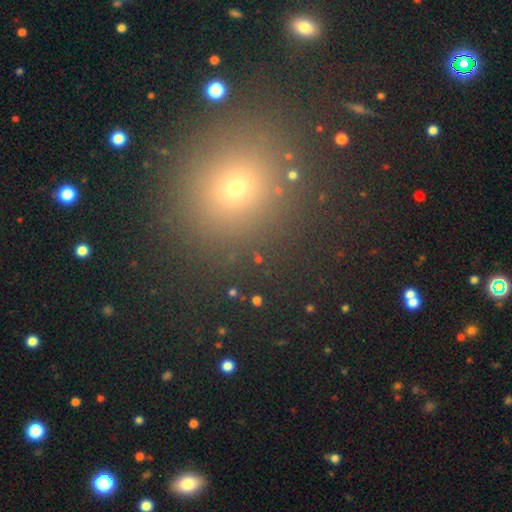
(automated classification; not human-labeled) smooth-or-featured: smooth: 60% | star or artifact: 33% | featured or disk: 8%
  how-rounded: round: 82% | in between: 16% | cigar-shaped: 1%
  merging: none: 88% | minor disturbance: 7% | major disturbance: 3% | merger: 2%